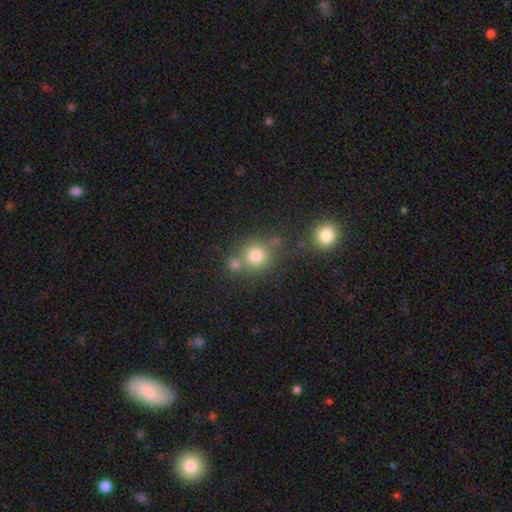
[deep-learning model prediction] The model was most divided on "merging": none: 62%, merger: 24%, minor disturbance: 10%, major disturbance: 4%. More confident: how rounded — round (86%); smooth or featured — smooth (77%).